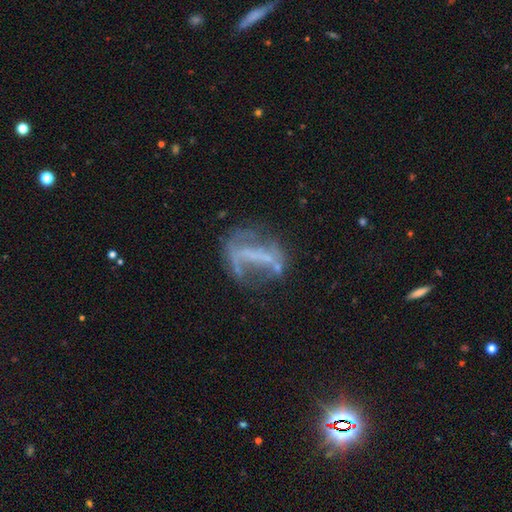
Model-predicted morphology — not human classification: This appears to be a featured or disk galaxy (69%) with a strong bar (45%), no spiral arms (55%) and no central bulge (65%). Merging: none (41%).